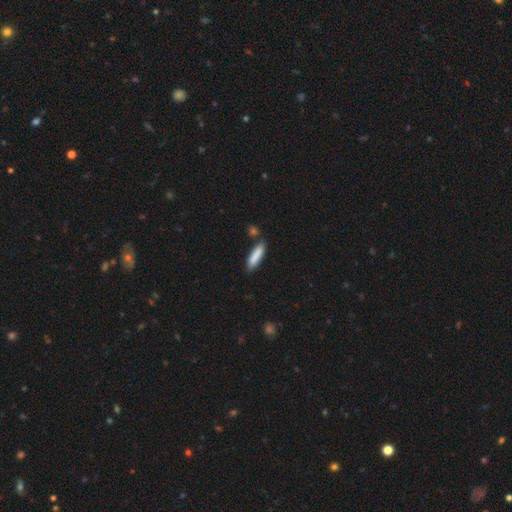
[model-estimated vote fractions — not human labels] Overall: smooth (86%). How rounded: cigar-shaped (71%). Merging: none (77%).